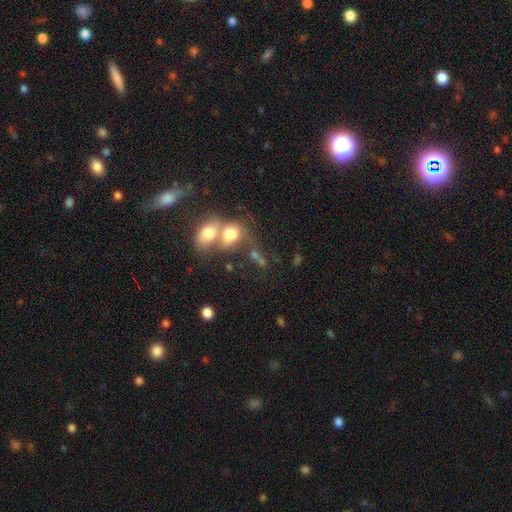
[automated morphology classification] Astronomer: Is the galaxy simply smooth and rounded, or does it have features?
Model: smooth — 65%.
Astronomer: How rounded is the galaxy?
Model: in between — 61%.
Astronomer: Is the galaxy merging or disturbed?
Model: merger — 61%.